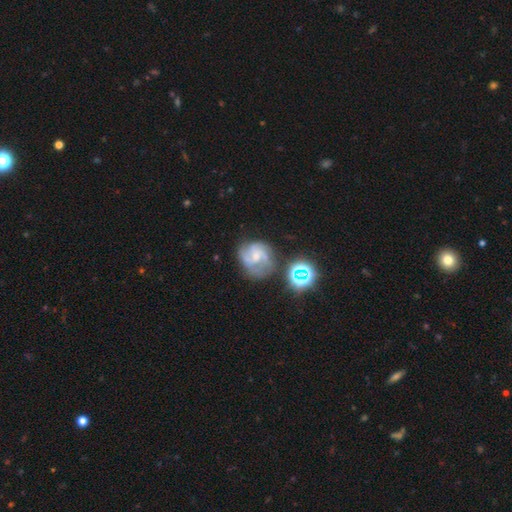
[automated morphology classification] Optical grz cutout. It shows a featured or disk galaxy (75%) with no bar (55%), 3 (40%) medium (52%) spiral arms (93%) and a small central bulge (58%). Merging: none (57%).